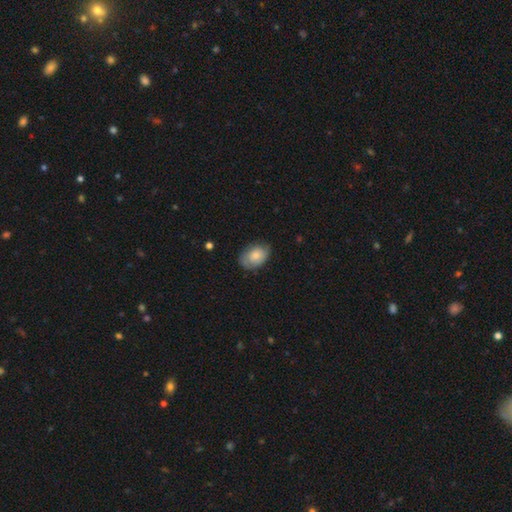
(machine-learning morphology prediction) type=smooth (75%); roundness=in between (82%); merging=none (69%).